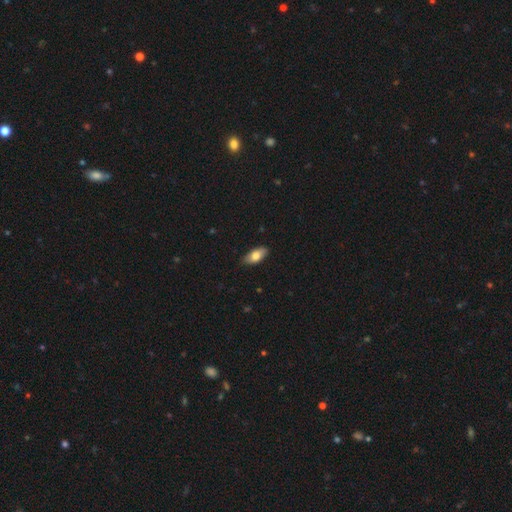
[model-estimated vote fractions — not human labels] Smooth or featured? Predicted: smooth (p=0.77). How rounded? Predicted: in between (p=0.89). Merging? Predicted: none (p=0.85).